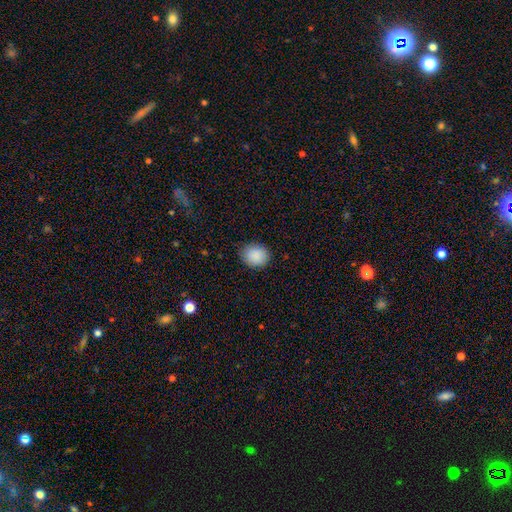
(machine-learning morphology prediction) Smooth or featured: smooth — 89% (star or artifact — 7%)
How rounded: round — 65% (in between — 35%)
Merging: none — 85% (minor disturbance — 11%)